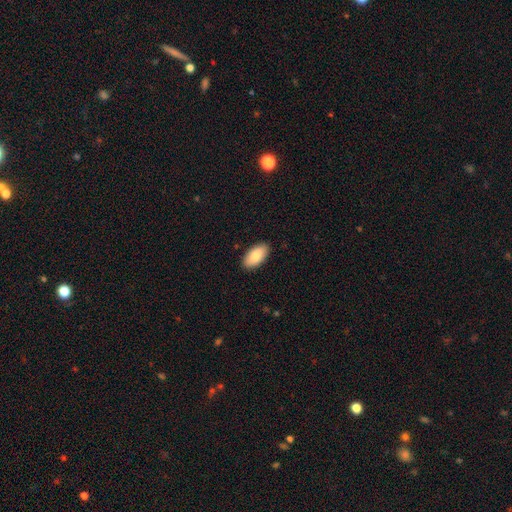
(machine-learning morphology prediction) type=smooth (85%); roundness=in between (95%); merging=none (89%).